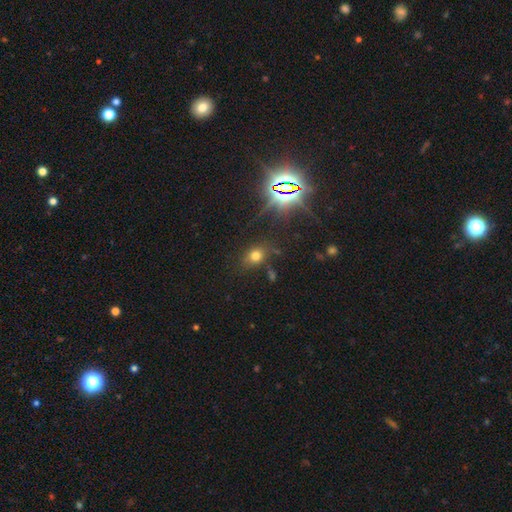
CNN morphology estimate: type=smooth (64%); roundness=in between (50%); merging=none (75%).